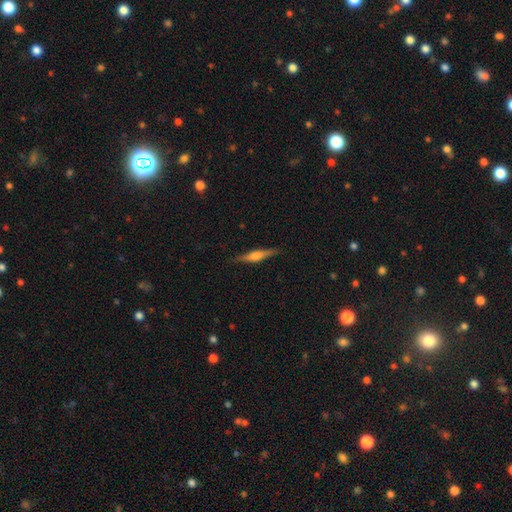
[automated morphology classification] Smooth or featured: featured or disk — 61% (smooth — 32%)
Edge-on disk: yes — 97% (no — 3%)
Edge-on bulge: rounded — 83% (boxy — 12%)
Merging: none — 88% (minor disturbance — 9%)